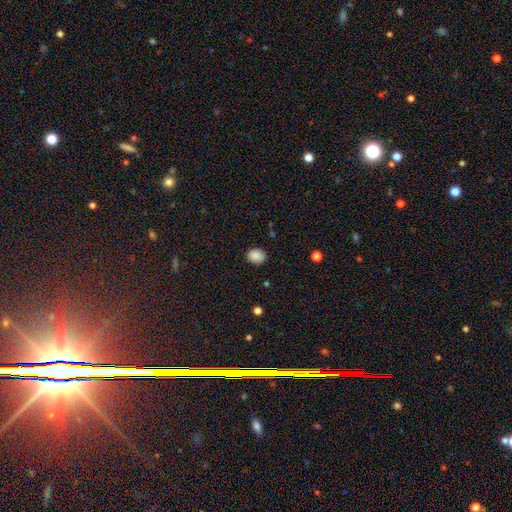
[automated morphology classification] A smooth galaxy with no disk features (87%) that is in between round and cigar-shaped (50%). Merging: none (84%).